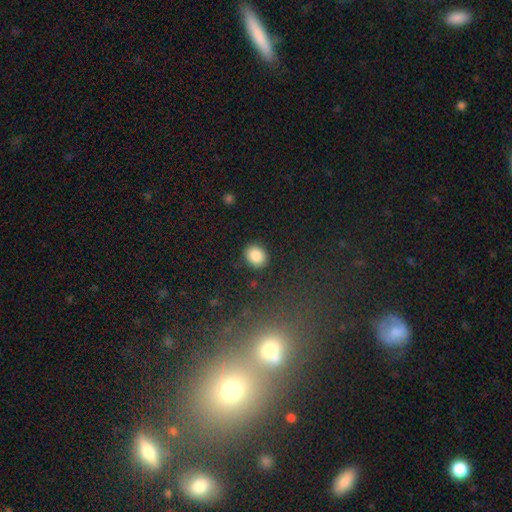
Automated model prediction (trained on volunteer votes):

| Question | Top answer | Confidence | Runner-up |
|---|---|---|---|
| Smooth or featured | smooth | 87% | star or artifact (9%) |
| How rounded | round | 70% | in between (29%) |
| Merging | none | 87% | minor disturbance (9%) |